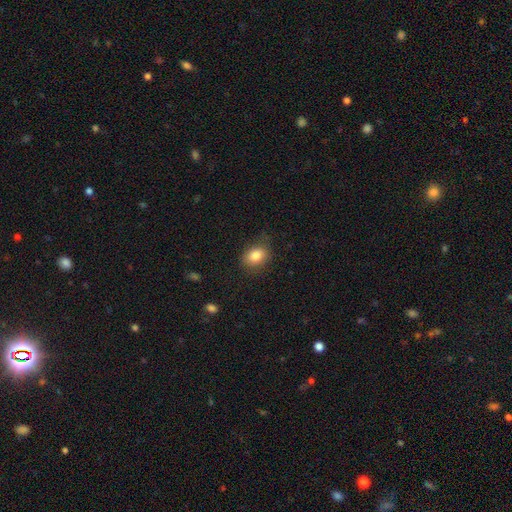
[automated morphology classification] Smooth or featured: smooth — 83% (star or artifact — 9%)
How rounded: in between — 65% (round — 34%)
Merging: none — 79% (minor disturbance — 16%)